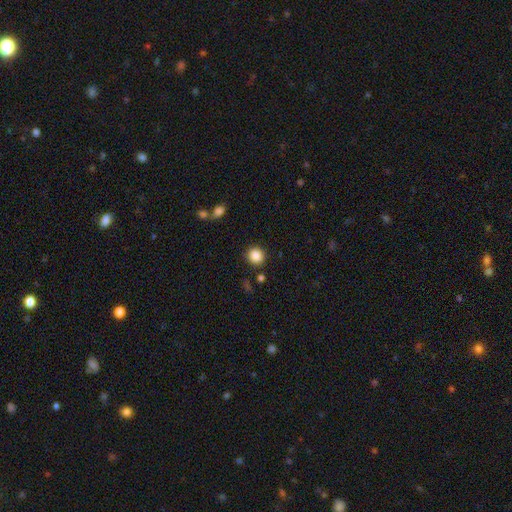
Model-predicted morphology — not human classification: This is clearly a smooth galaxy (87%). How rounded: clearly round (87%). Merging: clearly none (88%).